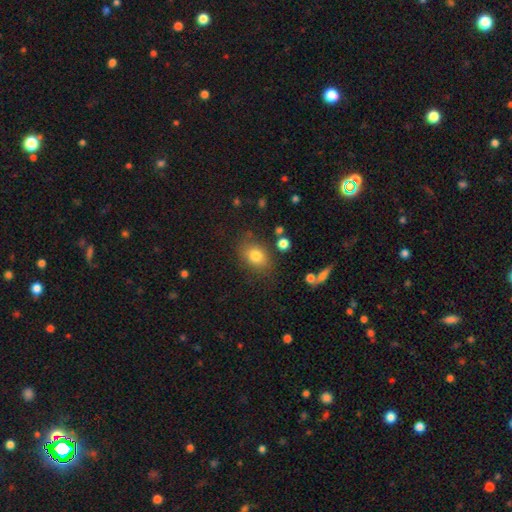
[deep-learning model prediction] smooth 78%, star or artifact 12%, featured or disk 10%. Down the decision tree: how rounded — in between (63%); merging — none (76%).